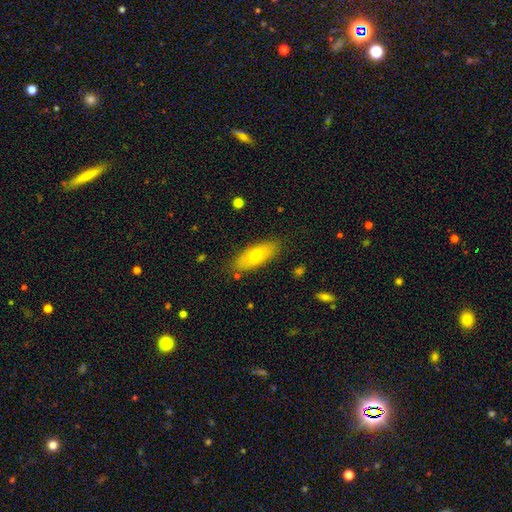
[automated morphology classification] Smooth or featured: smooth — 69% (featured or disk — 24%)
How rounded: in between — 73% (cigar-shaped — 25%)
Merging: none — 83% (minor disturbance — 12%)